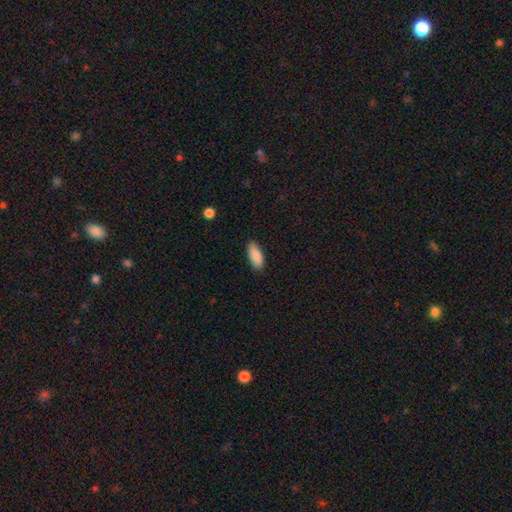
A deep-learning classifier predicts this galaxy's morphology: Smooth or featured? smooth (89%)
How rounded? in between (81%)
Merging? none (86%)